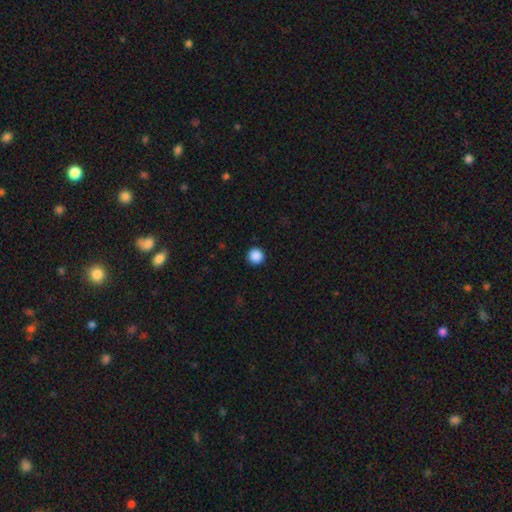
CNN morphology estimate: smooth_or_featured: smooth (p=0.88) [alt: star or artifact p=0.09]
how_rounded: round (p=0.96) [alt: in between p=0.03]
merging: none (p=0.93) [alt: minor disturbance p=0.05]